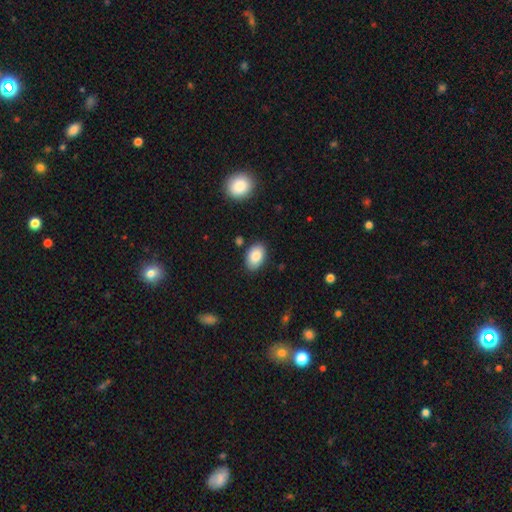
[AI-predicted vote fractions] smooth-or-featured: smooth: 84% | featured or disk: 9% | star or artifact: 7%
  how-rounded: in between: 90% | round: 8% | cigar-shaped: 1%
  merging: none: 85% | minor disturbance: 10% | merger: 2% | major disturbance: 2%